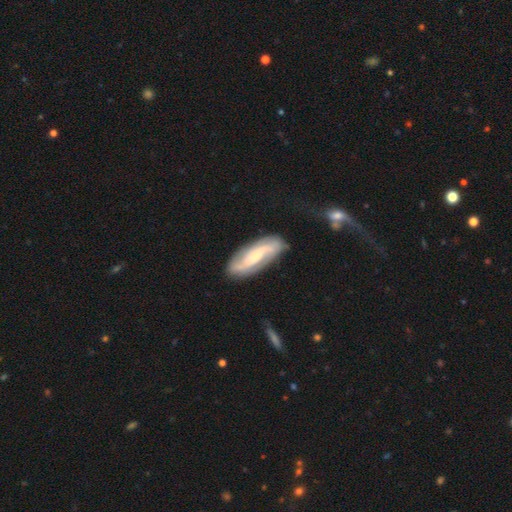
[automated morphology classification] Smooth or featured: featured or disk — 71% (smooth — 23%)
Edge-on disk: no — 90% (yes — 10%)
Bar: weak — 42% (no — 33%)
Spiral arms: yes — 91% (no — 9%)
Spiral winding: medium — 39% (loose — 33%)
Spiral arm count: 2 — 75% (can't tell — 14%)
Bulge size: small — 49% (moderate — 37%)
Merging: none — 76% (minor disturbance — 16%)